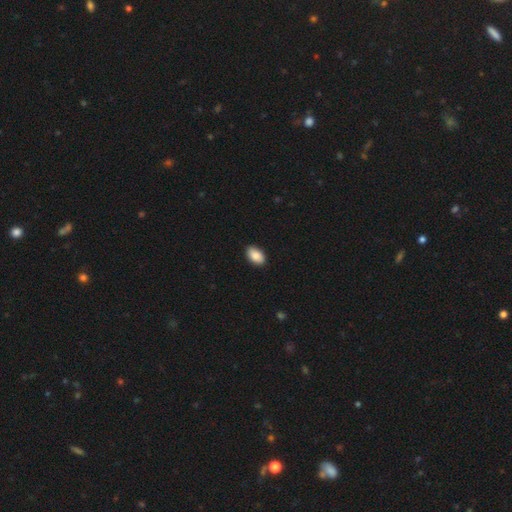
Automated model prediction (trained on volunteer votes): Smooth or featured? Predicted: smooth (p=0.89). How rounded? Predicted: in between (p=0.93). Merging? Predicted: none (p=0.89).